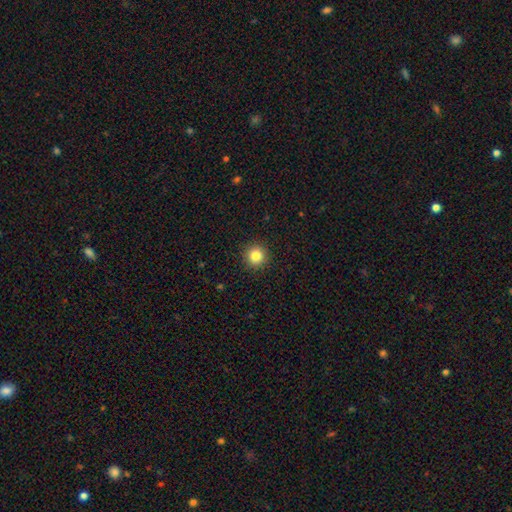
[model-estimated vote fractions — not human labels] Smooth or featured? Predicted: smooth (p=0.84). How rounded? Predicted: round (p=0.95). Merging? Predicted: none (p=0.92).